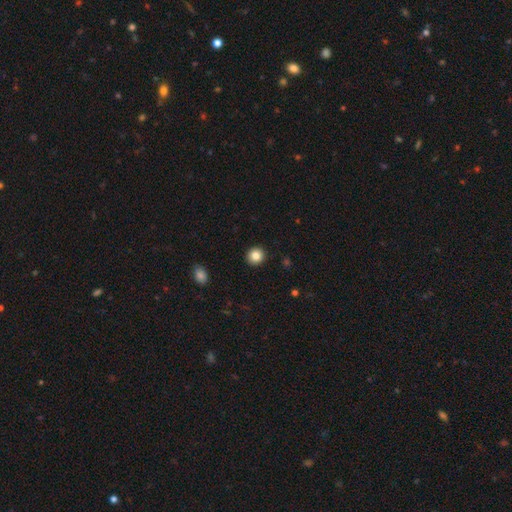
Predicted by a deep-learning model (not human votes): This appears to be a smooth galaxy with no disk features (85%) that is round (92%). Merging: none (93%).